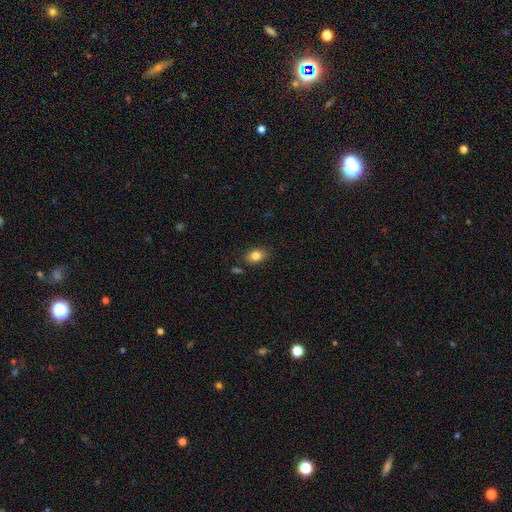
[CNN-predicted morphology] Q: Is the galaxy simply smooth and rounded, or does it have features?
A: smooth — 83%.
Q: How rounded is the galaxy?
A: in between — 78%.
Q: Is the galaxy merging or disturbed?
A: none — 82%.